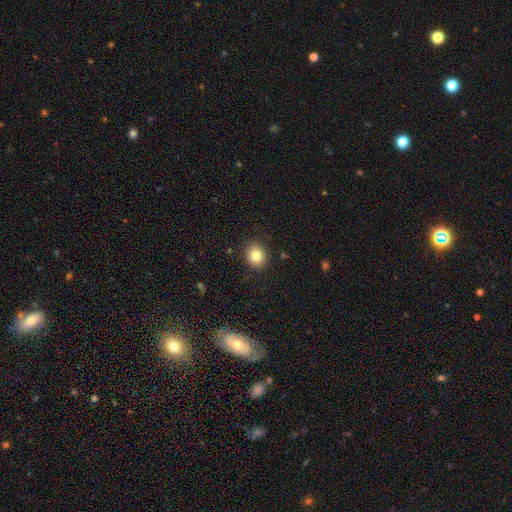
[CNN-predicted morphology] smooth_or_featured: smooth (p=0.81) [alt: star or artifact p=0.11]
how_rounded: round (p=0.79) [alt: in between p=0.20]
merging: none (p=0.89) [alt: minor disturbance p=0.07]